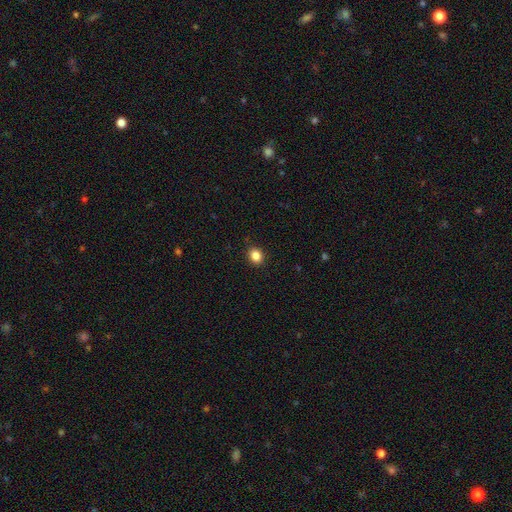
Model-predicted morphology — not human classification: A smooth galaxy with no disk features (86%) that is round (63%). Merging: none (91%).